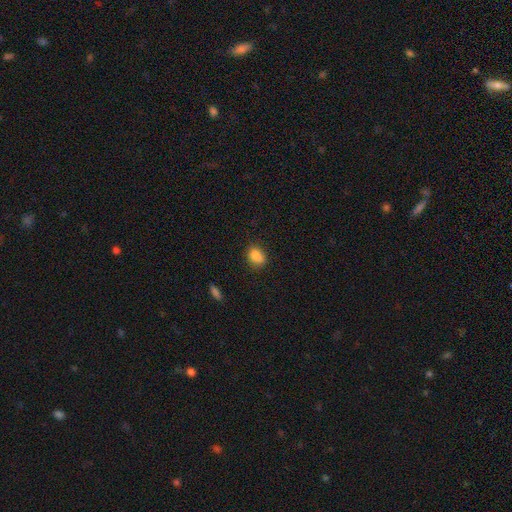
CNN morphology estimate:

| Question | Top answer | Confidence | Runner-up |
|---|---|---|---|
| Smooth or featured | smooth | 84% | star or artifact (10%) |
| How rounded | in between | 66% | round (32%) |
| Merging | none | 71% | minor disturbance (21%) |